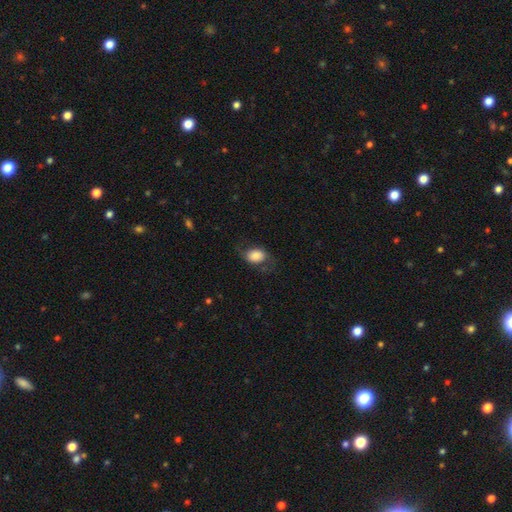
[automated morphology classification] smooth-or-featured: smooth: 72% | featured or disk: 20% | star or artifact: 8%
  how-rounded: in between: 73% | round: 25% | cigar-shaped: 1%
  merging: none: 62% | minor disturbance: 22% | major disturbance: 15% | merger: 1%